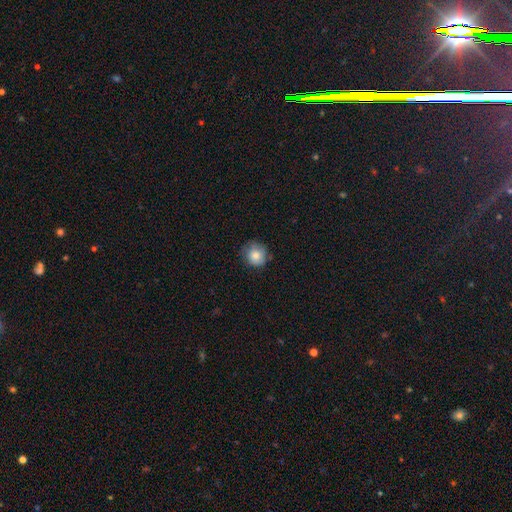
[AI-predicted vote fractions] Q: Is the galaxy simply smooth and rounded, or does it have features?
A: smooth — 79%.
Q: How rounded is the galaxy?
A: round — 87%.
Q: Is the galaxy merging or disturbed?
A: none — 68%.